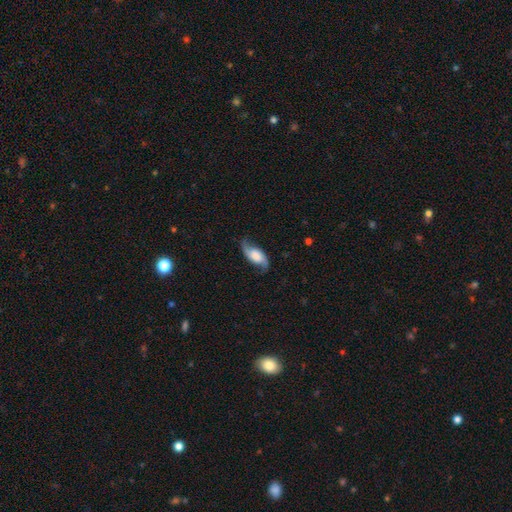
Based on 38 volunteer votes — smooth_or_featured: featured or disk (p=0.84) [alt: smooth p=0.11]
disk_edge_on: no (p=0.97) [alt: yes p=0.03]
bar: no (p=0.77) [alt: weak p=0.16]
has_spiral_arms: yes (p=0.94) [alt: no p=0.06]
spiral_winding: loose (p=0.66) [alt: medium p=0.31]
spiral_arm_count: 2 (p=0.97) [alt: can't tell p=0.03]
bulge_size: large (p=0.45) [alt: none p=0.26]
merging: none (p=0.75) [alt: minor disturbance p=0.14]